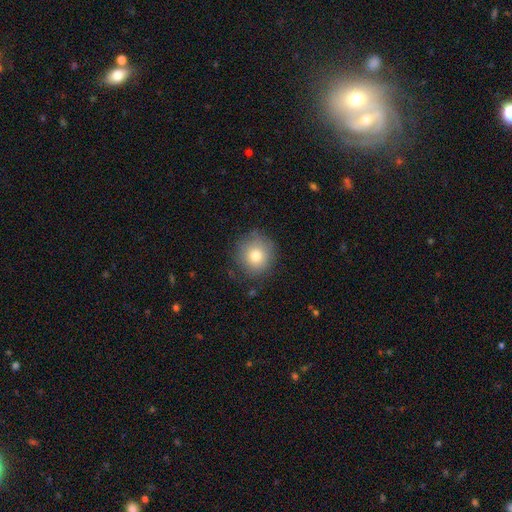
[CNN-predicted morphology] smooth-or-featured: smooth: 79% | featured or disk: 11% | star or artifact: 10%
  how-rounded: round: 91% | in between: 8% | cigar-shaped: 1%
  merging: none: 82% | minor disturbance: 13% | major disturbance: 4% | merger: 1%